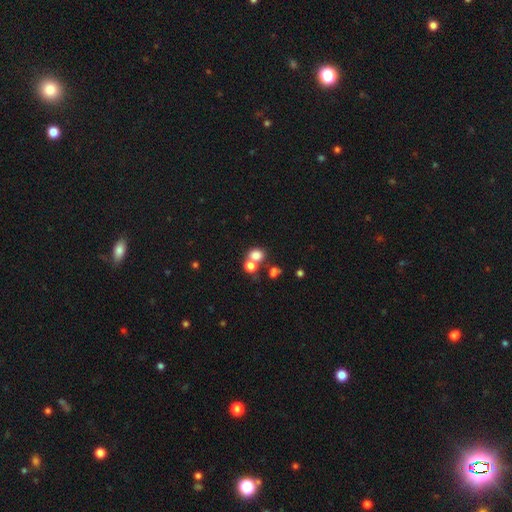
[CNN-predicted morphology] The model was most divided on "merging": none: 44%, merger: 42%, minor disturbance: 8%, major disturbance: 5%. More confident: smooth or featured — smooth (76%); how rounded — round (66%).